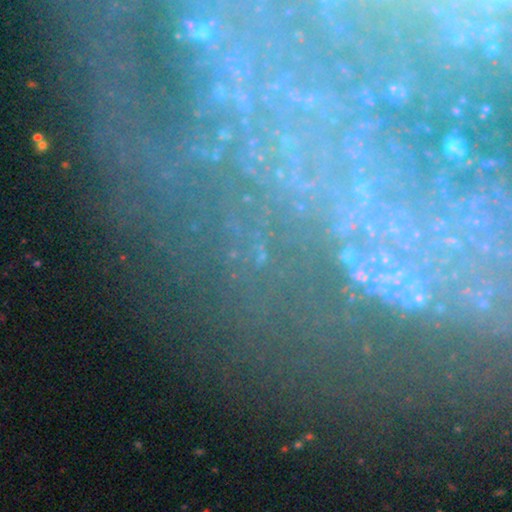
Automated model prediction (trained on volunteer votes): Smooth or featured? Predicted: star or artifact (p=0.45).